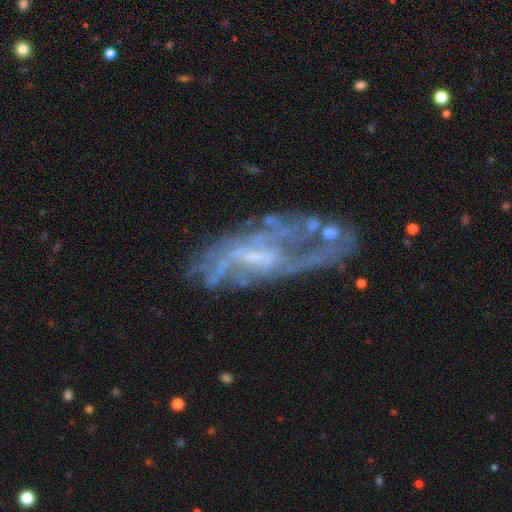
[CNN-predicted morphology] Smooth or featured? Predicted: featured or disk (p=0.78). Edge-on disk? Predicted: no (p=0.91). Bar? Predicted: weak (p=0.44). Spiral arms? Predicted: yes (p=0.65). Bulge size? Predicted: small (p=0.45). Merging? Predicted: none (p=0.45).